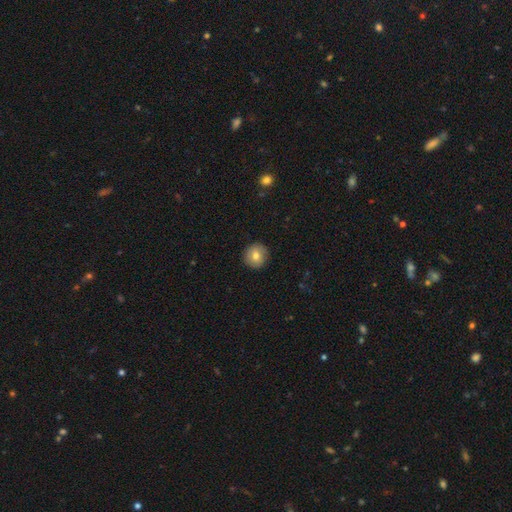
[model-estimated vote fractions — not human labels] smooth_or_featured: smooth (p=0.74) [alt: featured or disk p=0.17]
how_rounded: round (p=0.93) [alt: in between p=0.06]
merging: none (p=0.88) [alt: minor disturbance p=0.09]